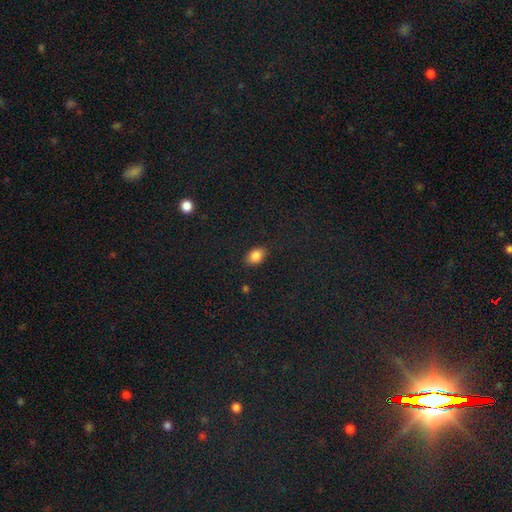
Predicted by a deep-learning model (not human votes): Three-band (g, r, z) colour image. It shows a smooth galaxy with no disk features (85%) that is in between round and cigar-shaped (81%). Merging: none (86%).